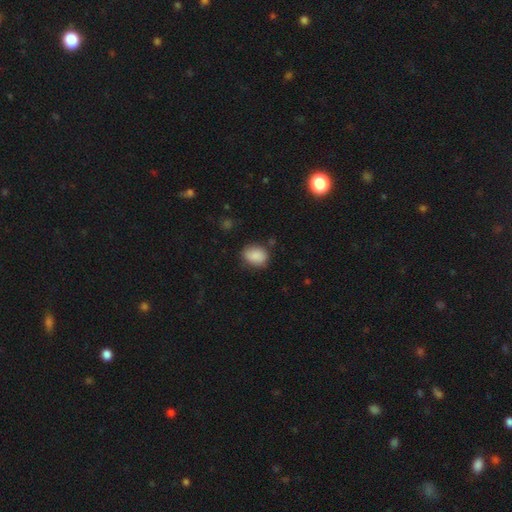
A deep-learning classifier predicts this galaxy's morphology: smooth_or_featured: smooth (p=0.87) [alt: star or artifact p=0.08]
how_rounded: in between (p=0.60) [alt: round p=0.39]
merging: none (p=0.75) [alt: minor disturbance p=0.19]